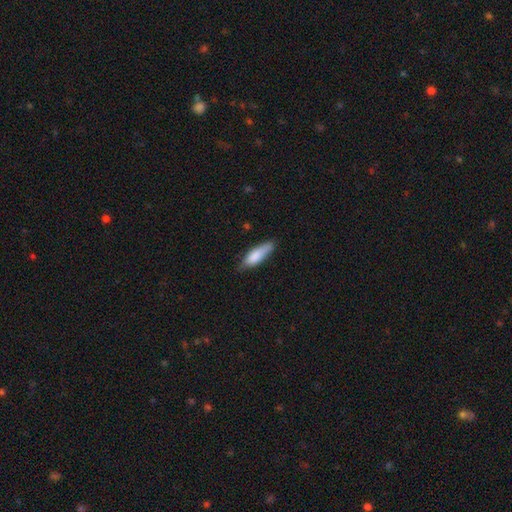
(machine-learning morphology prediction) smooth-or-featured: smooth: 81% | featured or disk: 14% | star or artifact: 6%
  how-rounded: cigar-shaped: 52% | in between: 46% | round: 2%
  merging: none: 69% | minor disturbance: 25% | major disturbance: 4% | merger: 2%